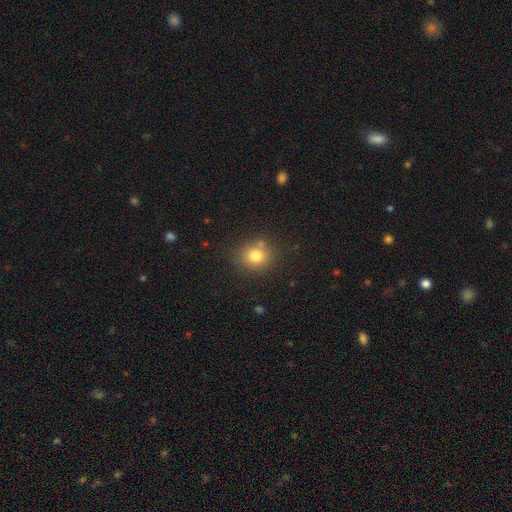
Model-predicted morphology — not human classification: smooth_or_featured: smooth (p=0.79) [alt: star or artifact p=0.12]
how_rounded: round (p=0.76) [alt: in between p=0.23]
merging: none (p=0.77) [alt: minor disturbance p=0.13]